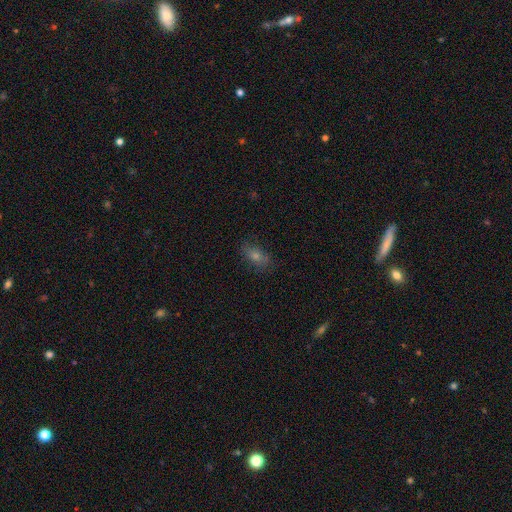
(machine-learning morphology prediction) This is possibly a smooth galaxy (54%). How rounded: likely in between (75%). Merging: likely none (80%).